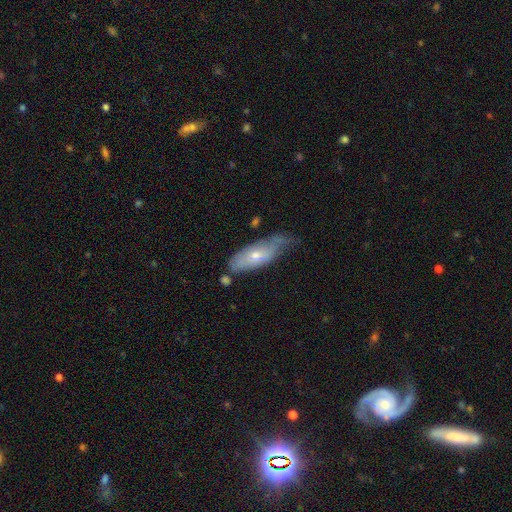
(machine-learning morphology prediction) A smooth galaxy with no disk features (55%) that is in between round and cigar-shaped (67%).

Vote fractions:
- Smooth or featured? smooth: 55% / featured or disk: 39% / star or artifact: 6%
- How rounded? in between: 67% / cigar-shaped: 31% / round: 2%
- Merging? minor disturbance: 39% (tied) / none: 39% (tied) / major disturbance: 15% / merger: 7%